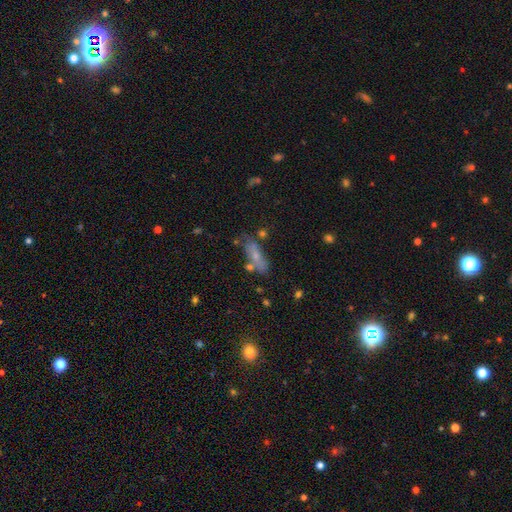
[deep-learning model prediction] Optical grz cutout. It shows a smooth galaxy with no disk features (61%) that is in between round and cigar-shaped (53%). Merging: none (59%).